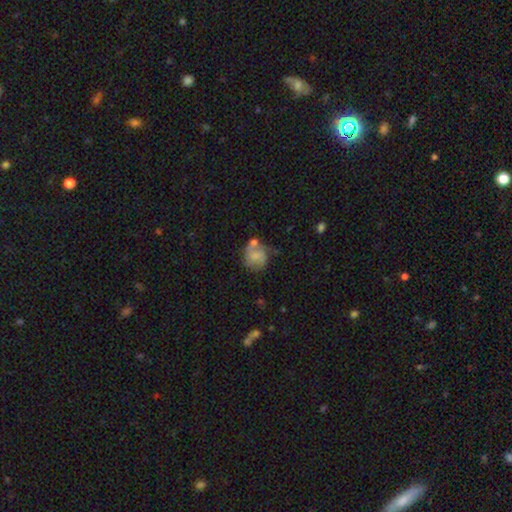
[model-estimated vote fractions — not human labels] A smooth galaxy with no disk features (46%). Merging: none (44%).